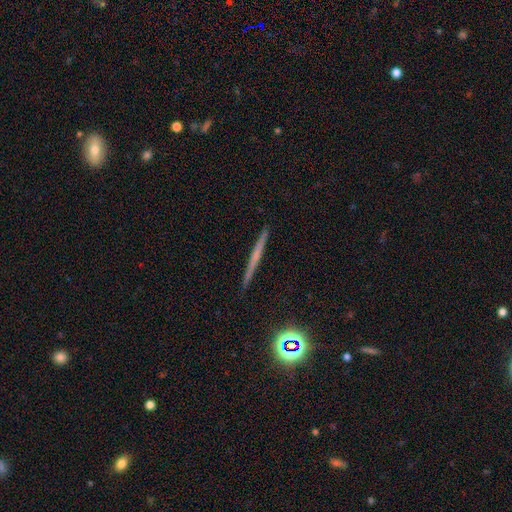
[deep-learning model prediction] This appears to be a featured or disk galaxy (49%). Merging: none (91%).